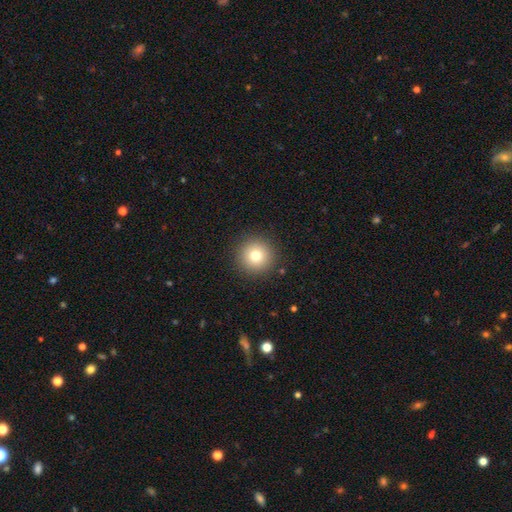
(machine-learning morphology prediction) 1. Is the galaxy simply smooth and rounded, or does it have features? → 78% smooth, 12% star or artifact, 10% featured or disk.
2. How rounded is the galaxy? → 96% round, 3% in between, 1% cigar-shaped.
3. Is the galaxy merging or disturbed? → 91% none, 6% minor disturbance, 2% major disturbance, 1% merger.